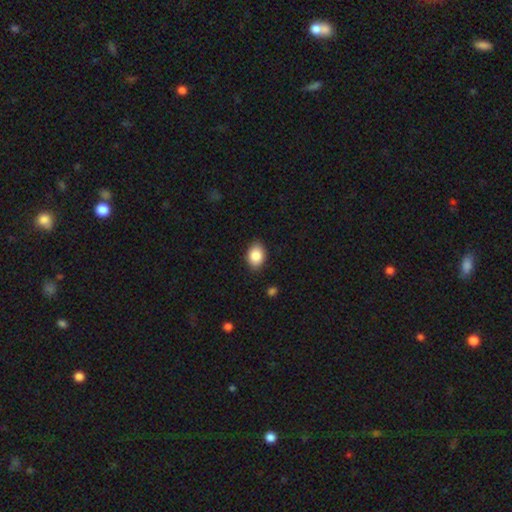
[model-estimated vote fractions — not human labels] A smooth galaxy with no disk features (87%) that is in between round and cigar-shaped (79%). Merging: none (87%).